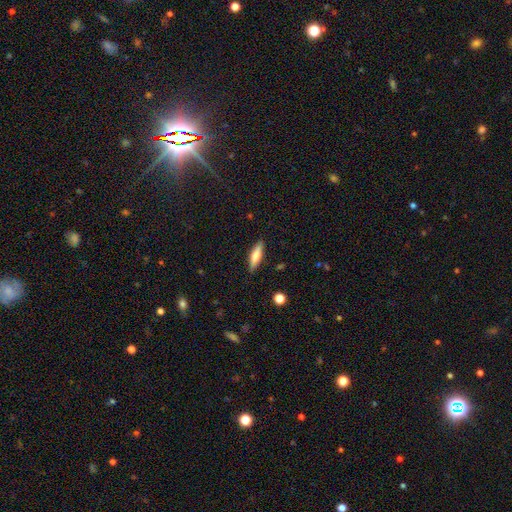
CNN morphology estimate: Smooth or featured? Predicted: smooth (p=0.63). How rounded? Predicted: cigar-shaped (p=0.62). Merging? Predicted: none (p=0.87).